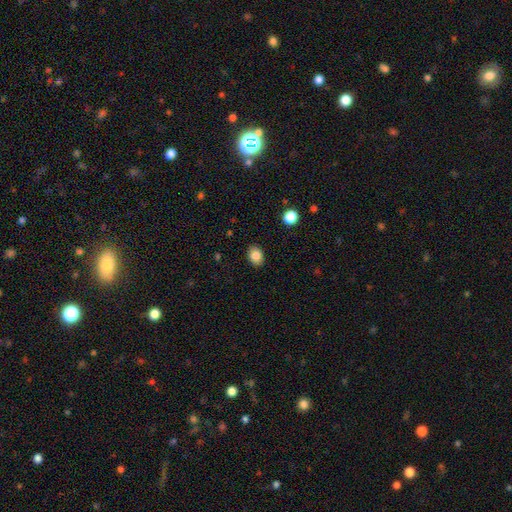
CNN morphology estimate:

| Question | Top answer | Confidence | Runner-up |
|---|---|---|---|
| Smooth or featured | smooth | 85% | star or artifact (9%) |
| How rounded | in between | 67% | round (32%) |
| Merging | none | 88% | minor disturbance (9%) |